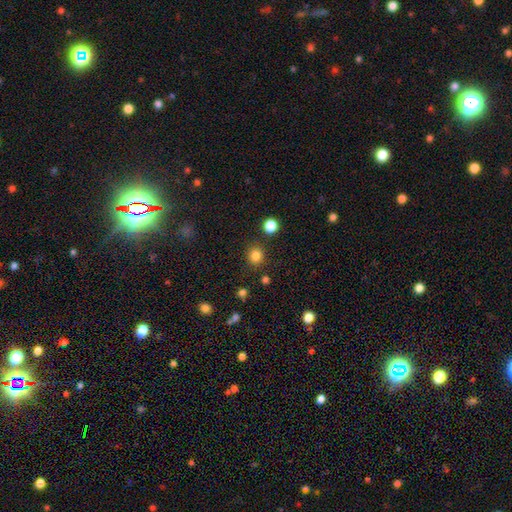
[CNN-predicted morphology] Smooth or featured? Predicted: smooth (p=0.83). How rounded? Predicted: round (p=0.88). Merging? Predicted: none (p=0.87).